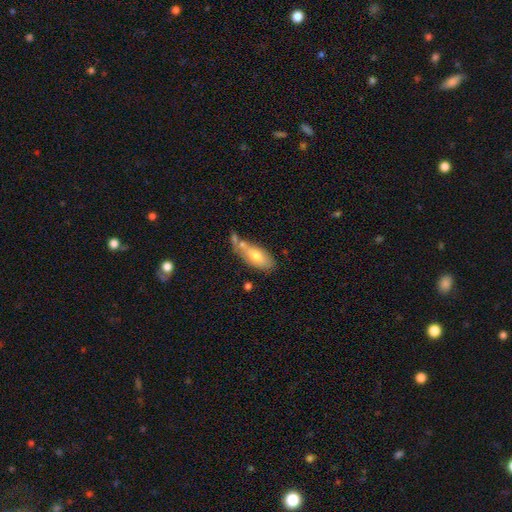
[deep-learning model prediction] Smooth or featured? Predicted: smooth (p=0.69). How rounded? Predicted: in between (p=0.82). Merging? Predicted: none (p=0.45).